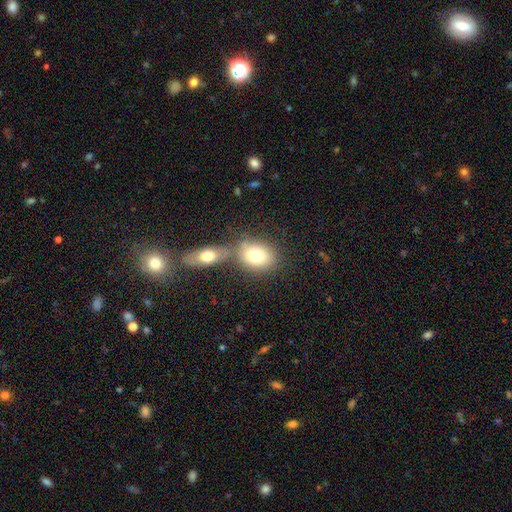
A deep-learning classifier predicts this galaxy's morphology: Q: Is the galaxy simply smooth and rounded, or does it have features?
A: smooth — 77%.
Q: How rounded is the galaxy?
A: in between — 63%.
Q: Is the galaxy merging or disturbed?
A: none — 50%.